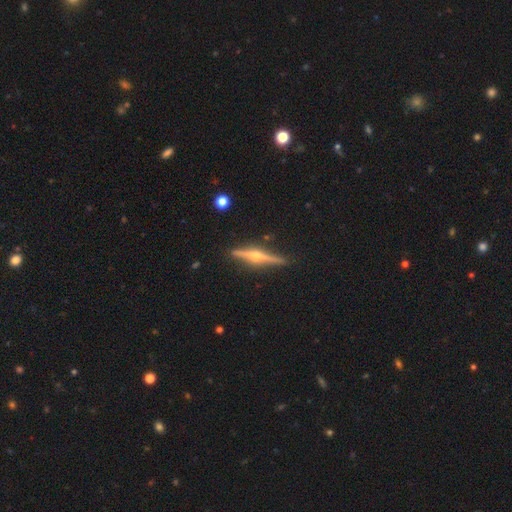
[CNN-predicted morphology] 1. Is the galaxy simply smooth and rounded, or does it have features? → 81% featured or disk, 13% smooth, 6% star or artifact.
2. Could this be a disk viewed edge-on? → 98% yes, 2% no.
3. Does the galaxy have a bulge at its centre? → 93% rounded, 4% boxy, 3% none.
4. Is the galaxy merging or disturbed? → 88% none, 9% minor disturbance, 2% major disturbance, 1% merger.